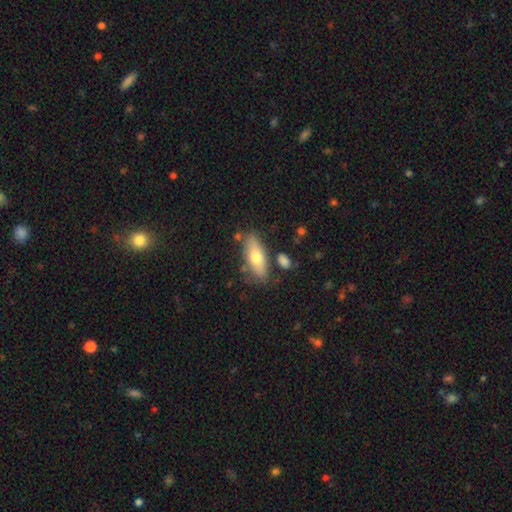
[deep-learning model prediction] Morphology: type=smooth (67%); roundness=in between (71%); merging=none (78%).